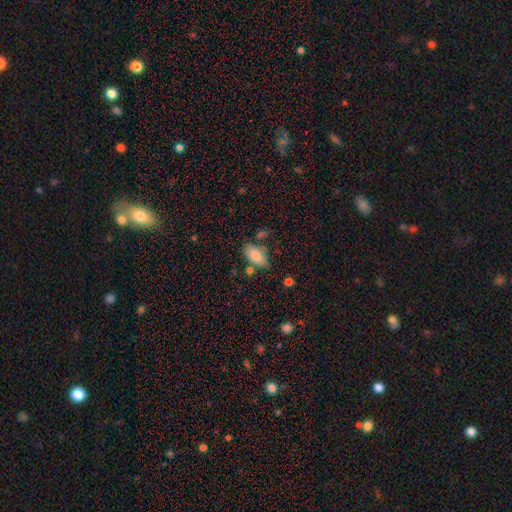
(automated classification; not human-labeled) smooth 82%, featured or disk 11%, star or artifact 7%. Down the decision tree: how rounded — in between (92%); merging — none (71%).